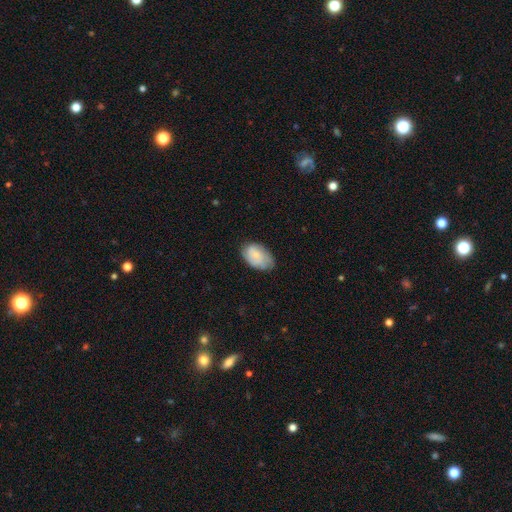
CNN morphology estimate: smooth_or_featured: smooth (p=0.67) [alt: featured or disk p=0.26]
how_rounded: in between (p=0.90) [alt: round p=0.09]
merging: none (p=0.62) [alt: minor disturbance p=0.30]